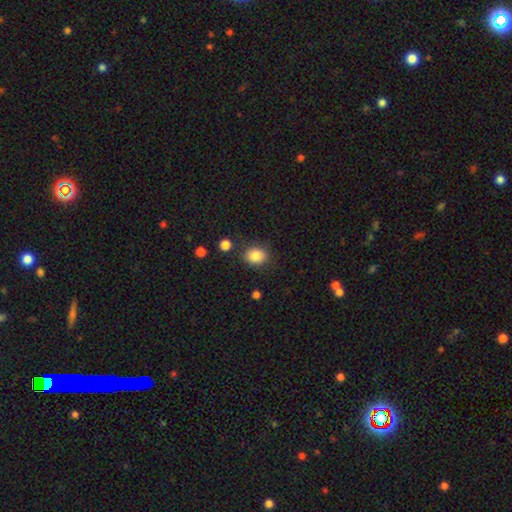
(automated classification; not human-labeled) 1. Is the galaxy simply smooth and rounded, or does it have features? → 85% smooth, 10% star or artifact, 6% featured or disk.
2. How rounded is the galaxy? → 56% round, 44% in between, 1% cigar-shaped.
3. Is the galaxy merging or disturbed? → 81% none, 12% minor disturbance, 4% merger, 4% major disturbance.